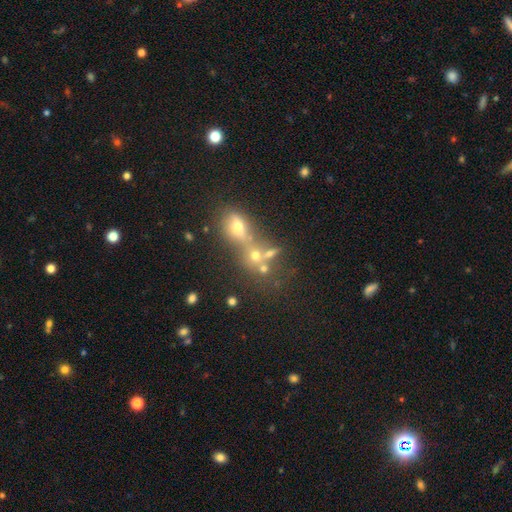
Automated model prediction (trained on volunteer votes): smooth-or-featured: smooth: 58% | star or artifact: 21% | featured or disk: 21%
  how-rounded: round: 58% | in between: 36% | cigar-shaped: 6%
  merging: merger: 55% | none: 31% | minor disturbance: 8% | major disturbance: 6%